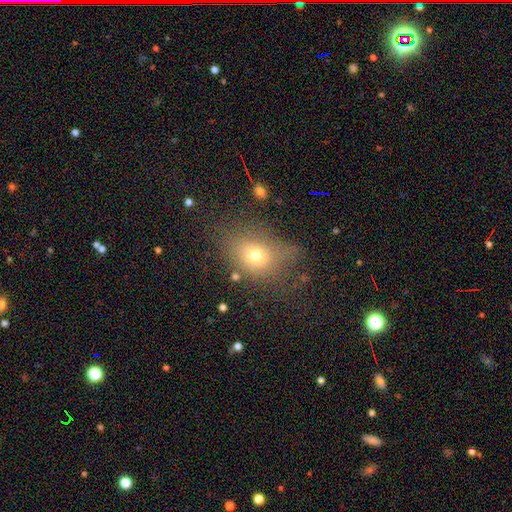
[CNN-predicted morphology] The model was most divided on "how rounded": in between: 55%, round: 43%, cigar-shaped: 2%. More confident: smooth or featured — smooth (67%); merging — none (54%).